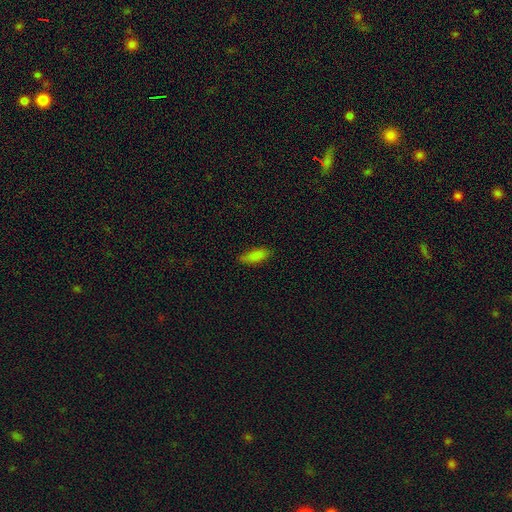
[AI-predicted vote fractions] smooth-or-featured: smooth: 84% | star or artifact: 9% | featured or disk: 6%
  how-rounded: in between: 71% | cigar-shaped: 26% | round: 2%
  merging: none: 78% | minor disturbance: 17% | major disturbance: 3% | merger: 1%